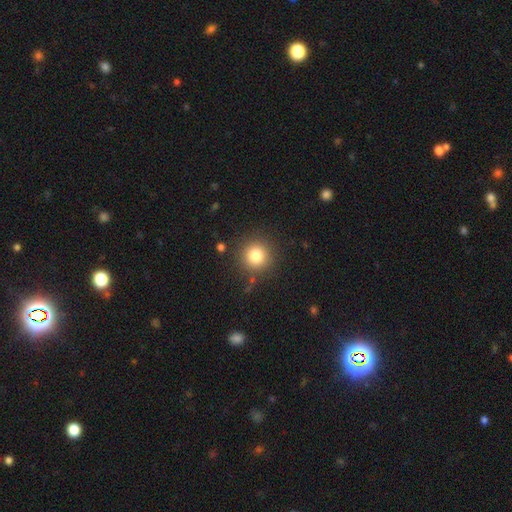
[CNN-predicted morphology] Smooth or featured? smooth (81%)
How rounded? round (94%)
Merging? none (87%)